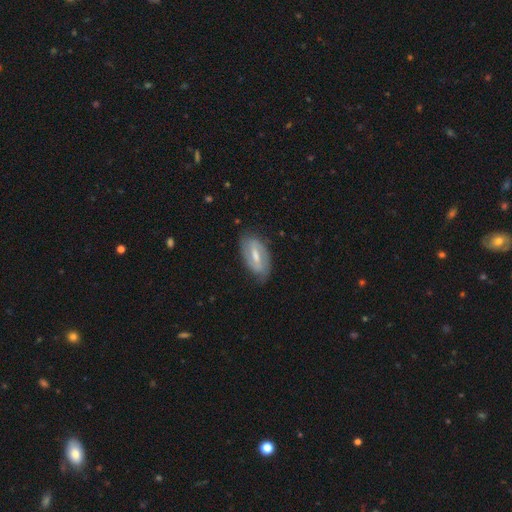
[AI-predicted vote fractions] This appears to be a featured or disk galaxy (67%) with a strong bar (45%), spiral arms (75%) and a moderate central bulge (54%). Merging: none (76%).